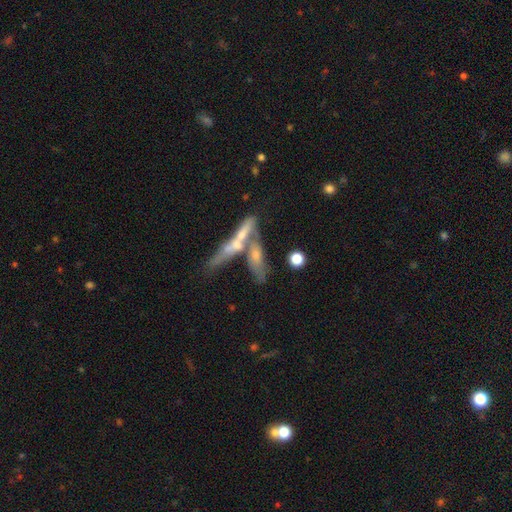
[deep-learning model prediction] A featured or disk galaxy (48%). Merging: merger (59%).